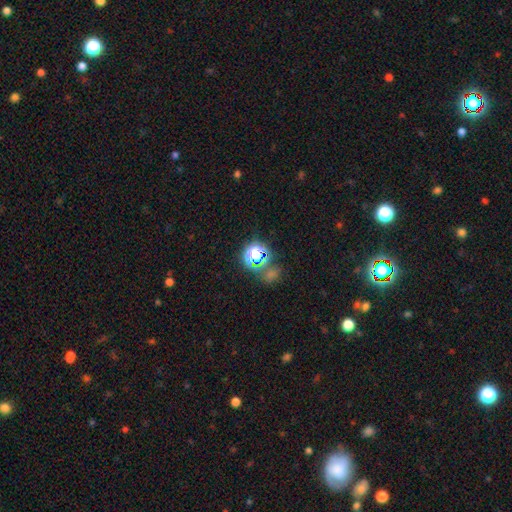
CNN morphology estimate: Smooth or featured? star or artifact (66%)